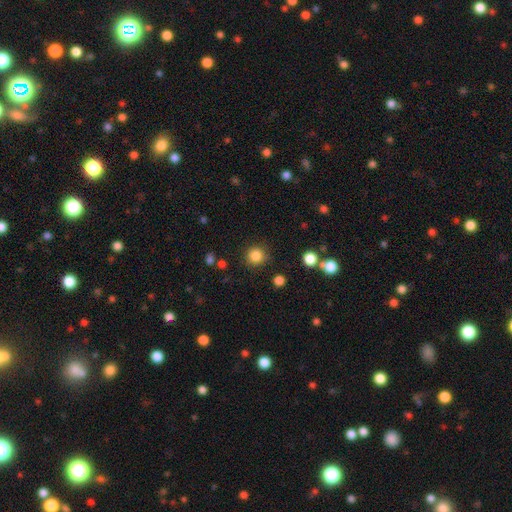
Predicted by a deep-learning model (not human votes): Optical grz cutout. It shows a smooth galaxy with no disk features (84%) that is round (93%). Merging: none (86%).